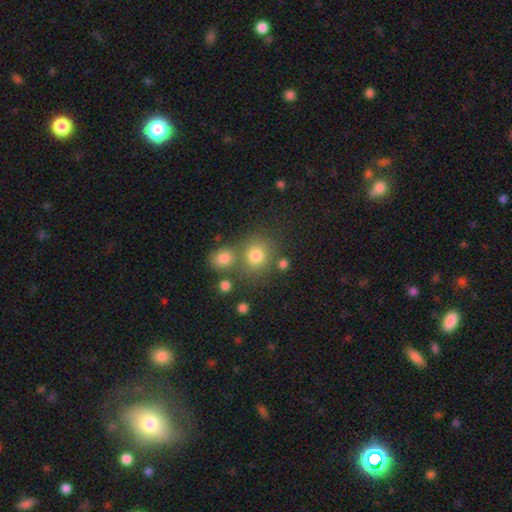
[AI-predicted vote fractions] smooth 78%, star or artifact 14%, featured or disk 8%. Down the decision tree: how rounded — round (84%); merging — none (65%).